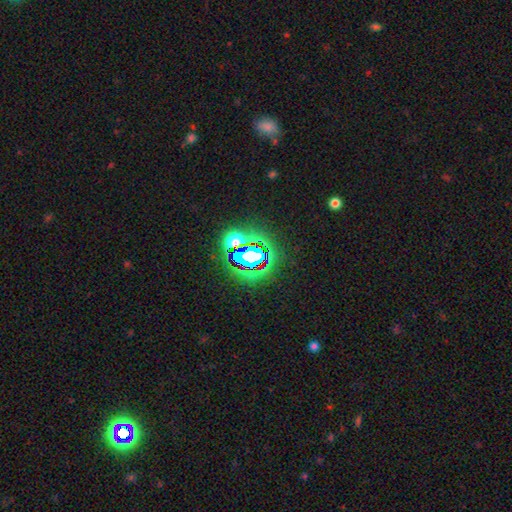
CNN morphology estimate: Smooth or featured?
  - star or artifact: 80% *
  - smooth: 12%
  - featured or disk: 8%